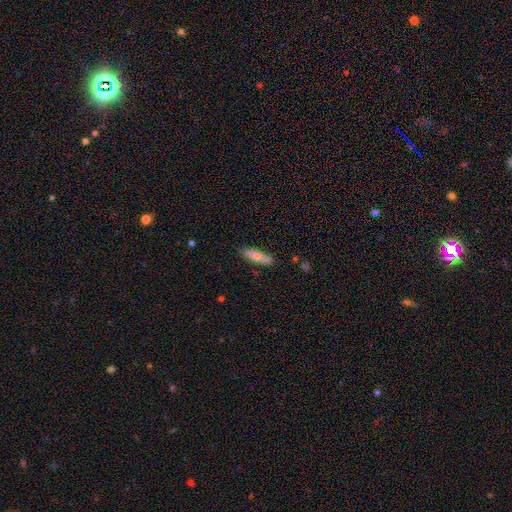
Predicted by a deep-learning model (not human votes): smooth 73%, featured or disk 20%, star or artifact 6%. Down the decision tree: how rounded — cigar-shaped (61%); merging — none (78%).